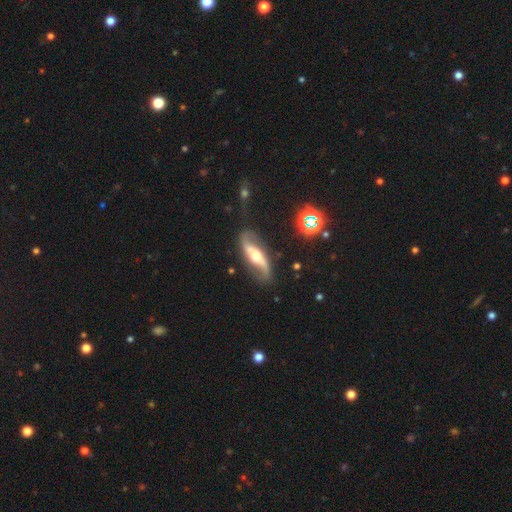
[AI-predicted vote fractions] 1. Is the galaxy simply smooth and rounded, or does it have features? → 85% featured or disk, 9% smooth, 6% star or artifact.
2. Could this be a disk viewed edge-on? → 86% no, 14% yes.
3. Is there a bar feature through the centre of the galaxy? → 37% strong, 34% no, 29% weak.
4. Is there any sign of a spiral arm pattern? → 95% yes, 5% no.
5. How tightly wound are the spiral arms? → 73% loose, 21% medium, 6% tight.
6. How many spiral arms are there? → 93% 2, 2% can't tell, 2% 1, 1% 3, 1% 4, 1% more than 4.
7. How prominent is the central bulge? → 60% moderate, 19% large, 16% small, 3% none, 3% dominant.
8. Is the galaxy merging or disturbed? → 78% none, 14% minor disturbance, 6% major disturbance, 2% merger.